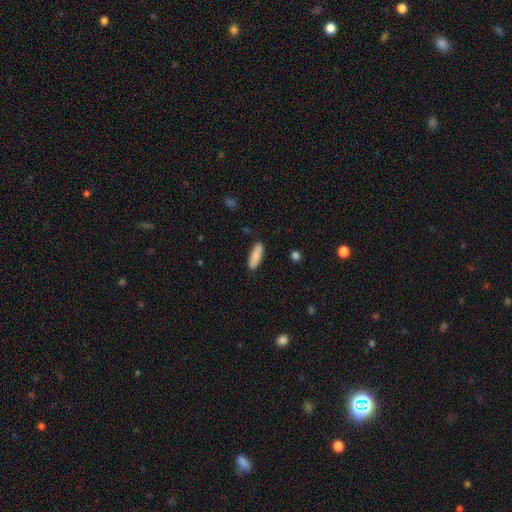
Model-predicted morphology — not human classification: This appears to be a smooth galaxy with no disk features (83%) that is in between round and cigar-shaped (60%). Merging: none (87%).